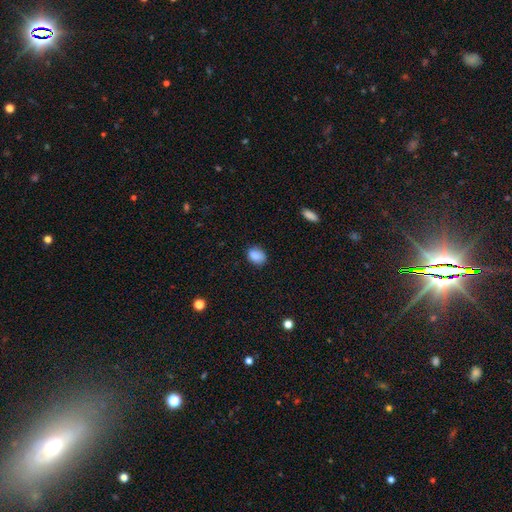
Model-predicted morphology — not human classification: A smooth galaxy with no disk features (88%) that is in between round and cigar-shaped (61%).

Vote fractions:
- Smooth or featured? smooth: 88% / star or artifact: 8% / featured or disk: 4%
- How rounded? in between: 61% / round: 38% / cigar-shaped: 1%
- Merging? none: 81% / minor disturbance: 14% / major disturbance: 3% / merger: 1%